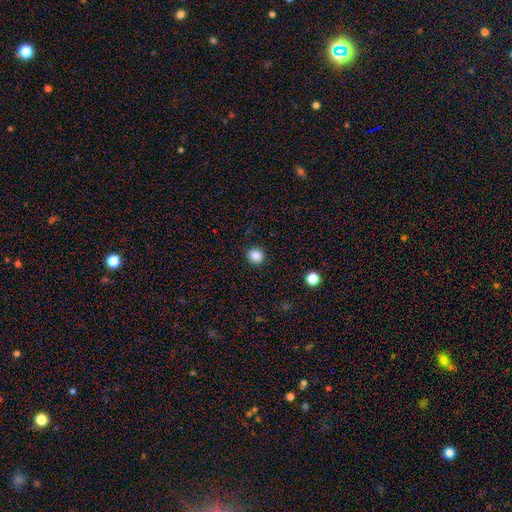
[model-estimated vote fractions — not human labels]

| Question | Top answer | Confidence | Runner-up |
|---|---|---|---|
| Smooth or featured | smooth | 86% | star or artifact (11%) |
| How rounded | round | 84% | in between (15%) |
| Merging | none | 91% | minor disturbance (6%) |